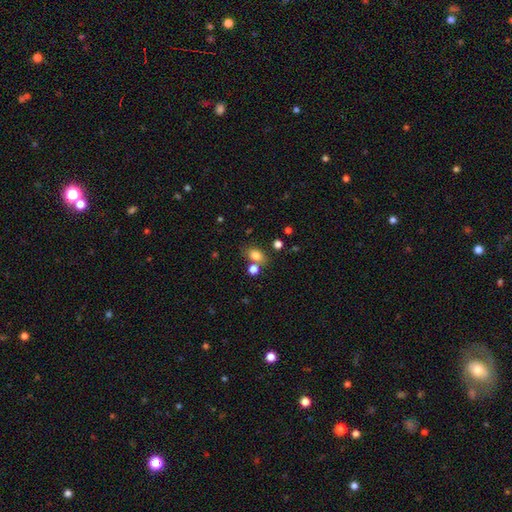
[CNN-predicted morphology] smooth 79%, star or artifact 12%, featured or disk 8%. Down the decision tree: how rounded — in between (69%); merging — none (65%).